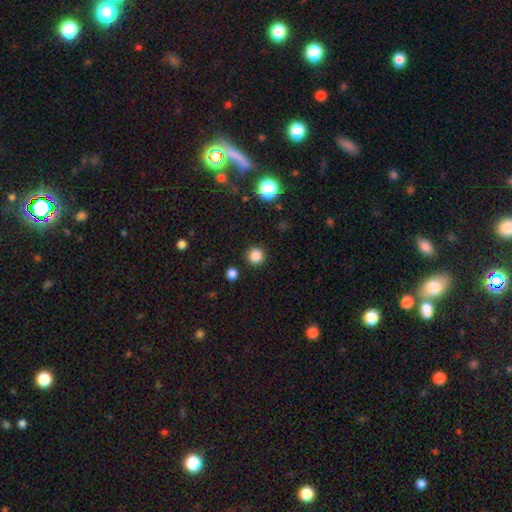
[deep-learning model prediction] Smooth or featured?
  - smooth: 85% *
  - star or artifact: 12%
  - featured or disk: 3%
How rounded?
  - round: 95% *
  - in between: 4%
  - cigar-shaped: 1%
Merging?
  - none: 92% *
  - minor disturbance: 5%
  - major disturbance: 2%
  - merger: 2%